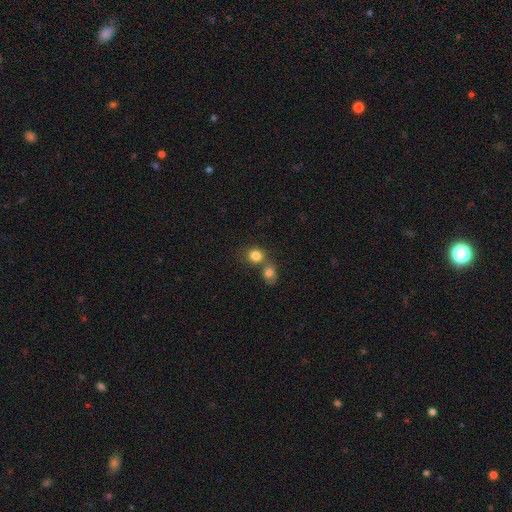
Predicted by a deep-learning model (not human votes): This appears to be a smooth galaxy with no disk features (82%) that is round (77%). Merging: none (46%).